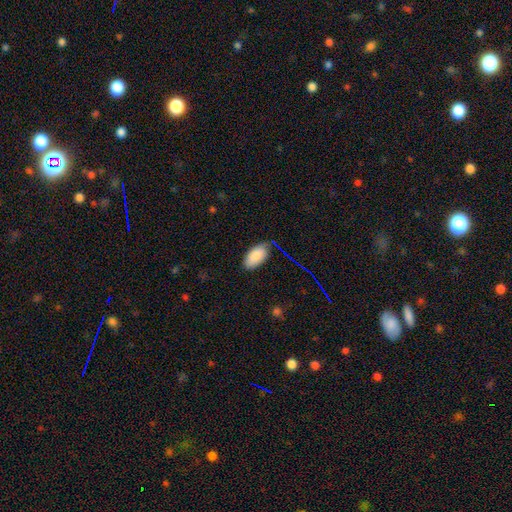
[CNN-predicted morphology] Smooth or featured? Predicted: smooth (p=0.86). How rounded? Predicted: in between (p=0.94). Merging? Predicted: none (p=0.74).